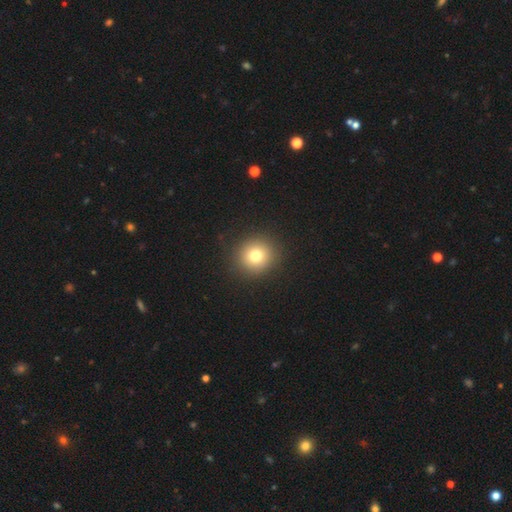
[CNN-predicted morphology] This appears to be a smooth galaxy with no disk features (77%) that is round (89%). Merging: none (90%).